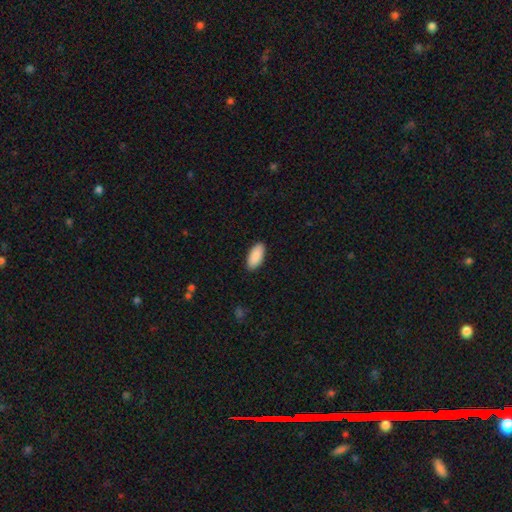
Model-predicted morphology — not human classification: Overall: smooth (91%). How rounded: in between (92%). Merging: none (90%).